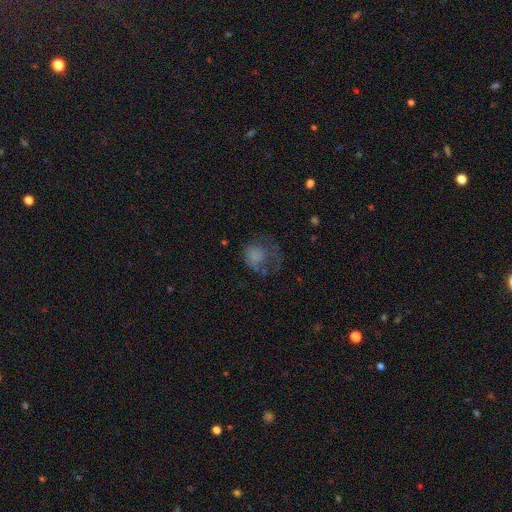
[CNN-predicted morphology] smooth_or_featured: smooth (p=0.63) [alt: featured or disk p=0.24]
how_rounded: round (p=0.70) [alt: in between p=0.29]
merging: major disturbance (p=0.45) [alt: none p=0.31]